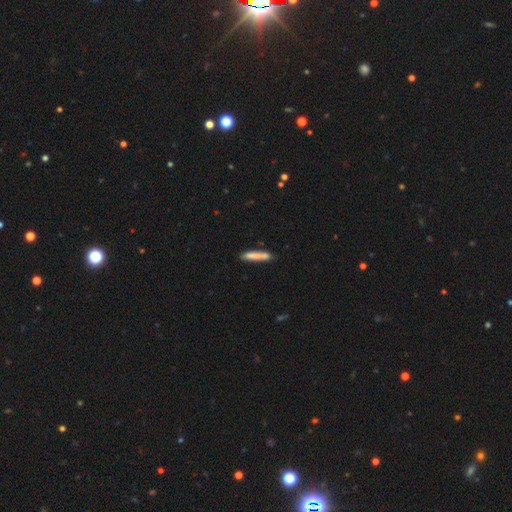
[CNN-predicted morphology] Overall: smooth (79%). How rounded: cigar-shaped (92%). Merging: none (78%).